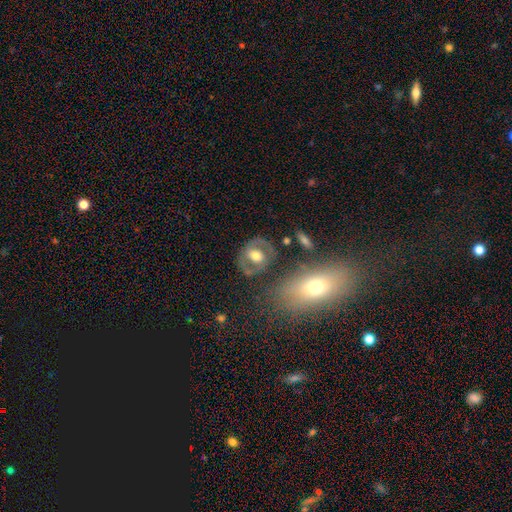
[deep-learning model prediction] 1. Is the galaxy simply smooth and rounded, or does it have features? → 59% featured or disk, 35% smooth, 7% star or artifact.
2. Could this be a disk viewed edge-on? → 94% no, 6% yes.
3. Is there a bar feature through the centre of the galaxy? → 50% no, 33% weak, 18% strong.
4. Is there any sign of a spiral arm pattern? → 58% no, 42% yes.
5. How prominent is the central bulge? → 69% moderate, 19% large, 9% small, 2% dominant, 2% none.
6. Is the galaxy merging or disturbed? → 70% none, 16% minor disturbance, 8% major disturbance, 6% merger.